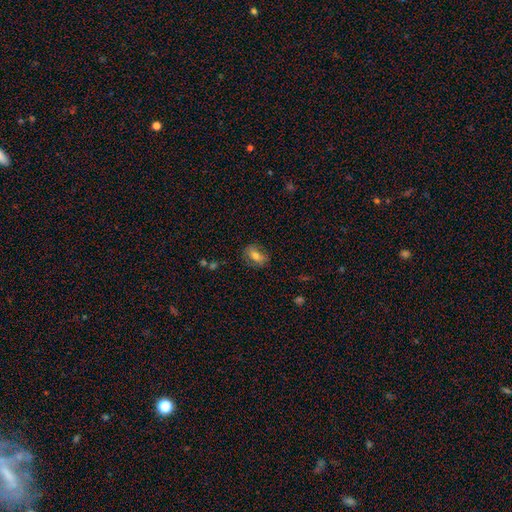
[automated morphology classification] A smooth galaxy with no disk features (69%) that is in between round and cigar-shaped (77%). Merging: none (79%).